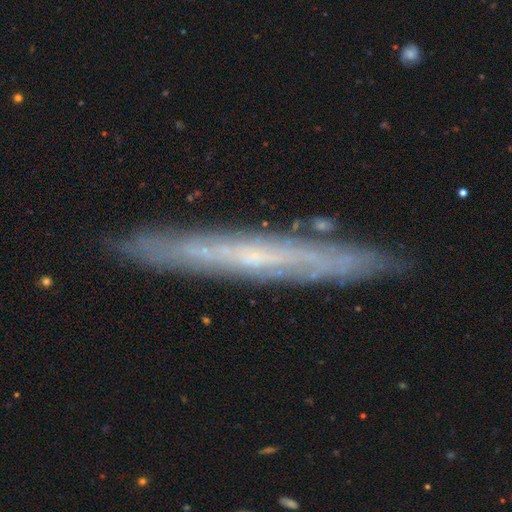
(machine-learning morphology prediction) The model was most divided on "edge-on bulge": none: 69%, rounded: 28%, boxy: 4%. More confident: merging — none (86%); edge-on disk — yes (80%); smooth or featured — featured or disk (72%).